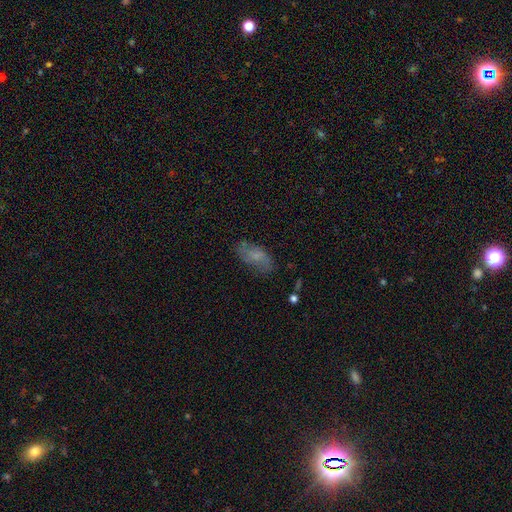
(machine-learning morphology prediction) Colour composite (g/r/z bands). It shows a smooth galaxy with no disk features (55%) that is in between round and cigar-shaped (88%). Merging: none (68%).